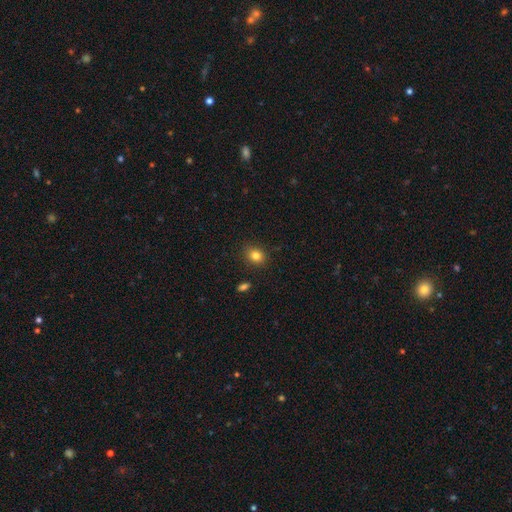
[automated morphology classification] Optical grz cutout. It shows a smooth galaxy with no disk features (83%) that is round (59%). Merging: none (87%).